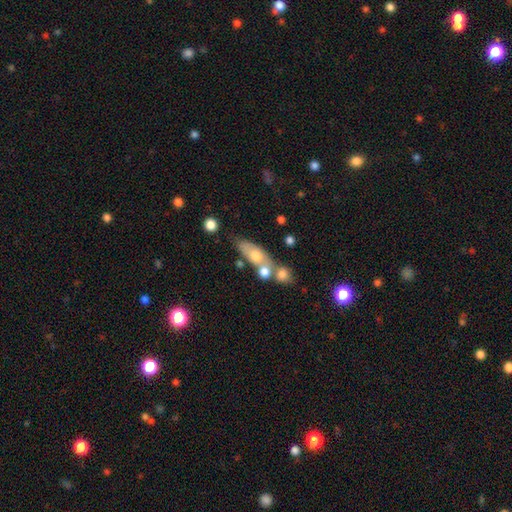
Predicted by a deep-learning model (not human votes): Smooth or featured?
  - smooth: 58% *
  - featured or disk: 32%
  - star or artifact: 10%
How rounded?
  - in between: 61% *
  - cigar-shaped: 31%
  - round: 8%
Merging?
  - none: 45% *
  - merger: 34%
  - minor disturbance: 14%
  - major disturbance: 7%